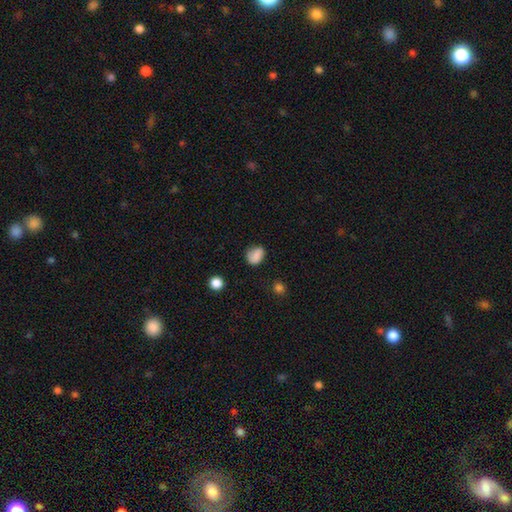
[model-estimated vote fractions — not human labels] Morphology: type=smooth (80%); roundness=in between (60%); merging=none (63%).